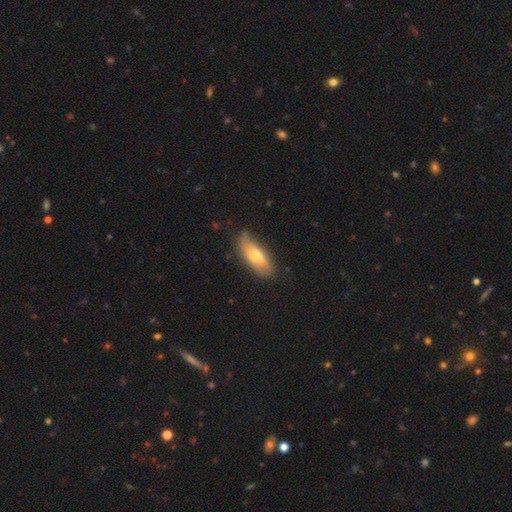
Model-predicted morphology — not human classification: This appears to be a smooth galaxy with no disk features (62%) that is in between round and cigar-shaped (71%). Merging: none (73%).